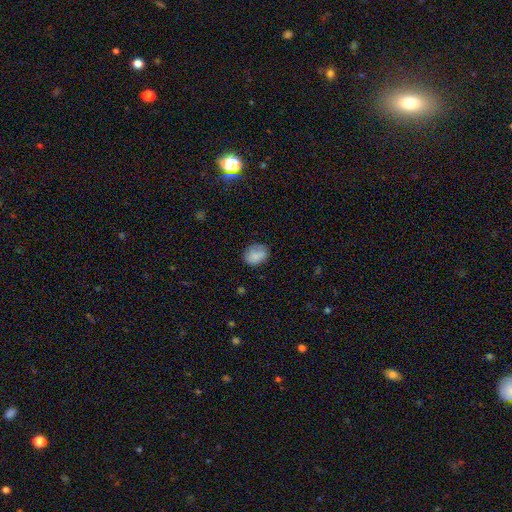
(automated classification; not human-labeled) The model was most divided on "how rounded": round: 51%, in between: 48%, cigar-shaped: 1%. More confident: smooth or featured — smooth (83%); merging — none (71%).